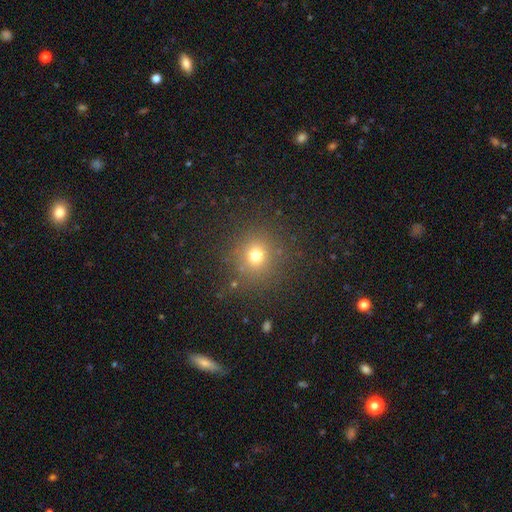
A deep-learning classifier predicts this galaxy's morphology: smooth 72%, star or artifact 20%, featured or disk 8%. Down the decision tree: how rounded — round (89%); merging — none (85%).